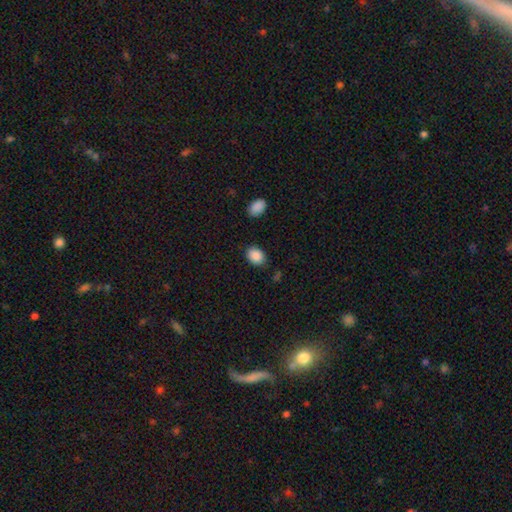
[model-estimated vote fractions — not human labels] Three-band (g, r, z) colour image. It shows a smooth galaxy with no disk features (89%) that is in between round and cigar-shaped (65%). Merging: none (83%).